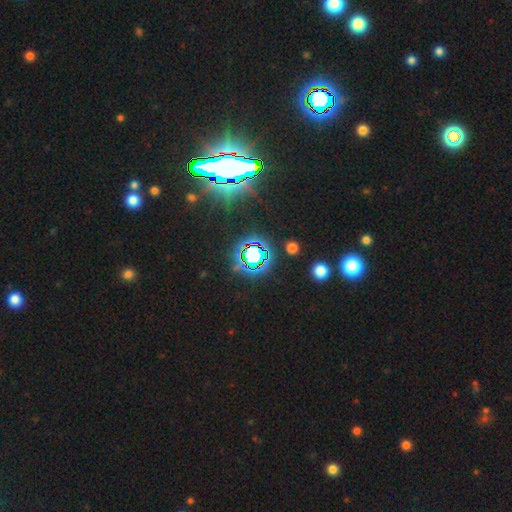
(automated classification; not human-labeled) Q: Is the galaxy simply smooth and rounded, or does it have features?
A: star or artifact — 82%.